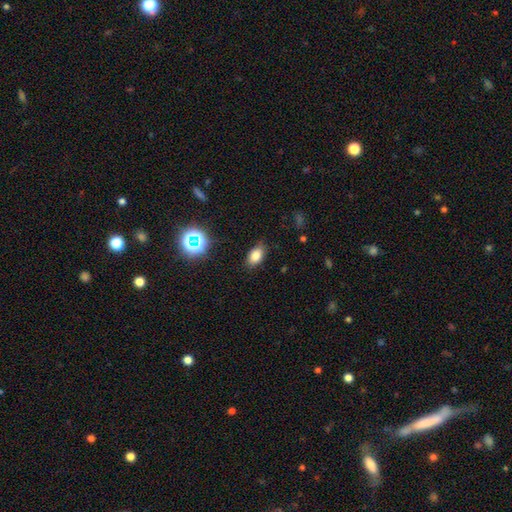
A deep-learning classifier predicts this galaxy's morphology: smooth_or_featured: smooth (p=0.78) [alt: star or artifact p=0.13]
how_rounded: in between (p=0.89) [alt: round p=0.09]
merging: none (p=0.84) [alt: minor disturbance p=0.12]